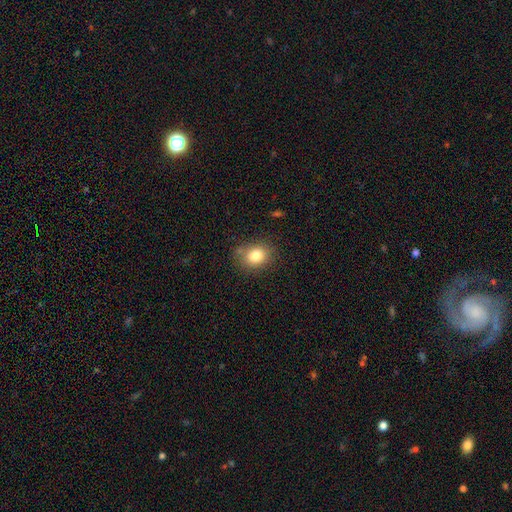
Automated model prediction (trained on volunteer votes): This appears to be a smooth galaxy with no disk features (82%) that is in between round and cigar-shaped (51%). Merging: none (76%).